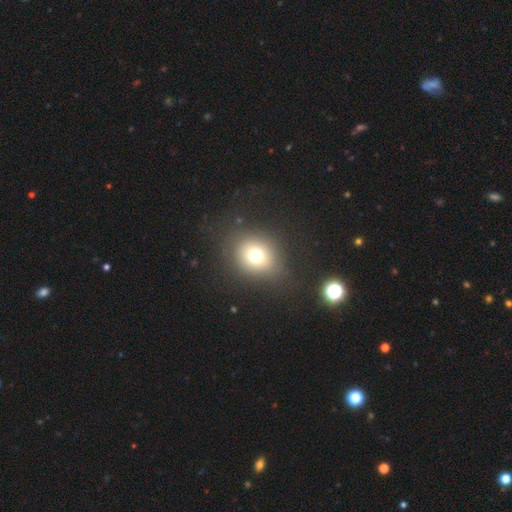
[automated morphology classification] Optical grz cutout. It shows a smooth galaxy with no disk features (71%) that is round (70%). Merging: none (82%).